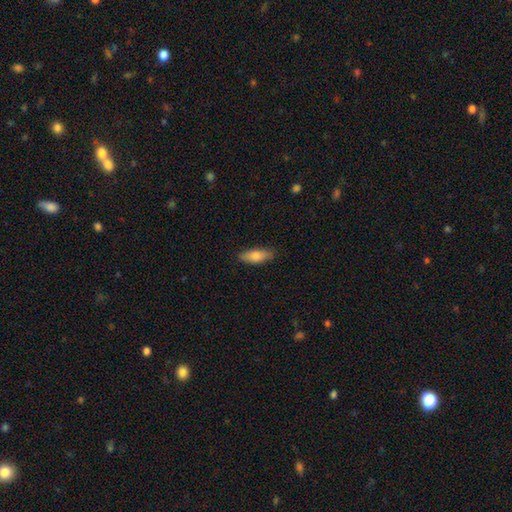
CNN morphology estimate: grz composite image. It shows a smooth galaxy with no disk features (77%) that is in between round and cigar-shaped (65%). Merging: none (87%).